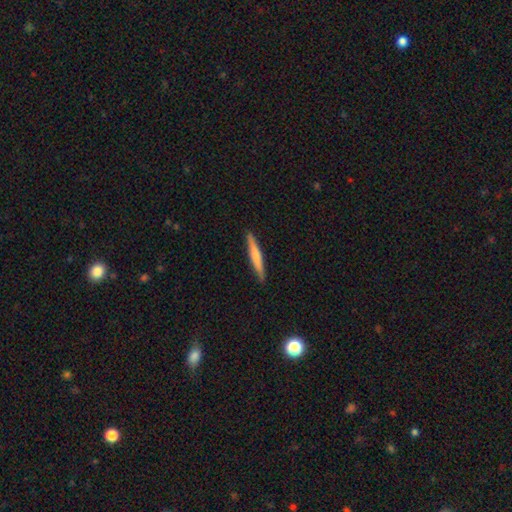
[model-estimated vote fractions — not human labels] This appears to be a smooth galaxy with no disk features (58%) that is cigar-shaped (95%). Merging: none (90%).